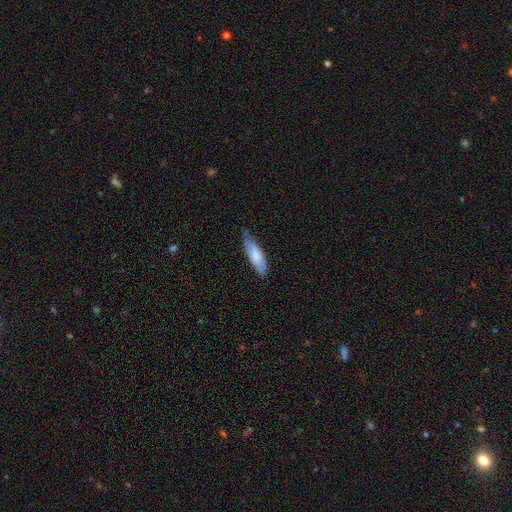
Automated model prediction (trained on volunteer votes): Smooth or featured? Predicted: smooth (p=0.75). How rounded? Predicted: in between (p=0.51). Merging? Predicted: none (p=0.62).